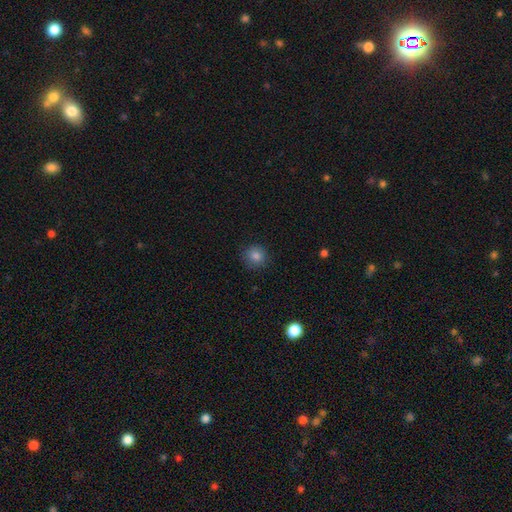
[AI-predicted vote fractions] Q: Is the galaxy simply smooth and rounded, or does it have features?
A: smooth — 84%.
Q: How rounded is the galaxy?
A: round — 90%.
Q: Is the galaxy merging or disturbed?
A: none — 87%.